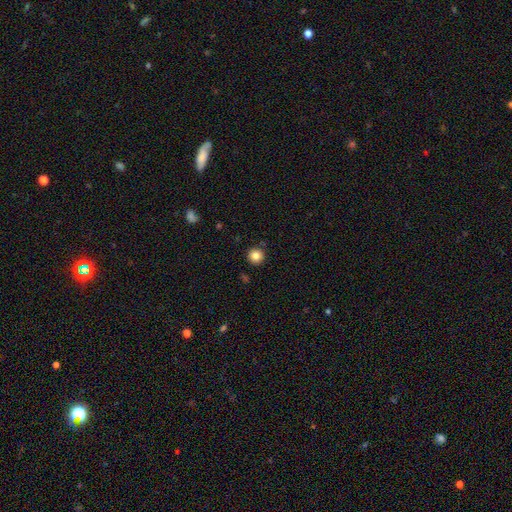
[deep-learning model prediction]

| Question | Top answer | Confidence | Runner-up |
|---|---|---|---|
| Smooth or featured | smooth | 83% | star or artifact (11%) |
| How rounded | round | 96% | in between (3%) |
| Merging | none | 91% | minor disturbance (6%) |